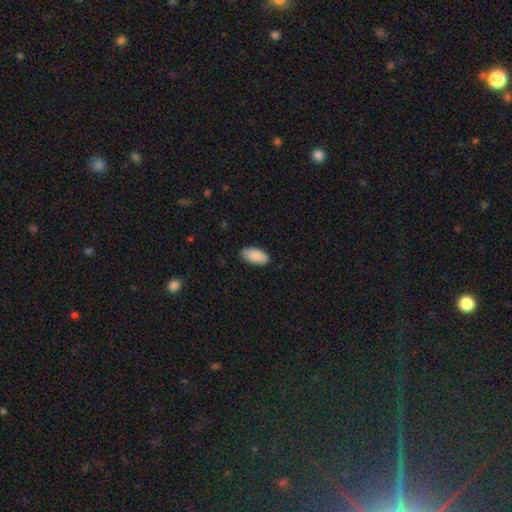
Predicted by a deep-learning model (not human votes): Smooth or featured? Predicted: smooth (p=0.89). How rounded? Predicted: in between (p=0.94). Merging? Predicted: none (p=0.86).